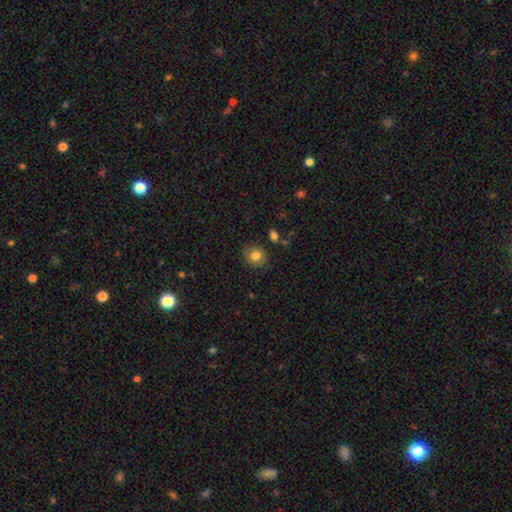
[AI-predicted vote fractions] A smooth galaxy with no disk features (79%) that is round (77%). Merging: none (84%).